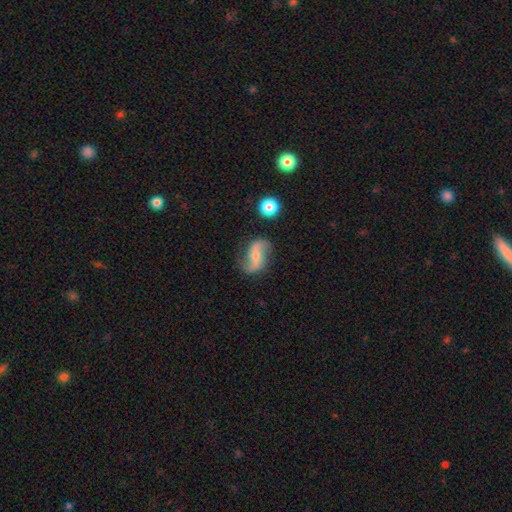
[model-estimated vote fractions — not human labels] smooth-or-featured: featured or disk: 79% | smooth: 15% | star or artifact: 6%
  disk-edge-on: no: 97% | yes: 3%
    bar: weak: 38% | no: 33% | strong: 29%
    has-spiral-arms: yes: 95% | no: 5%
      spiral-winding: loose: 81% | medium: 15% | tight: 4%
      spiral-arm-count: 2: 92% | 1: 3% | can't tell: 2% | 3: 1% | 4: 1% | more than 4: 1%
    bulge-size: small: 52% | moderate: 35% | none: 8% | large: 3% | dominant: 1%
  merging: none: 74% | minor disturbance: 16% | major disturbance: 7% | merger: 3%